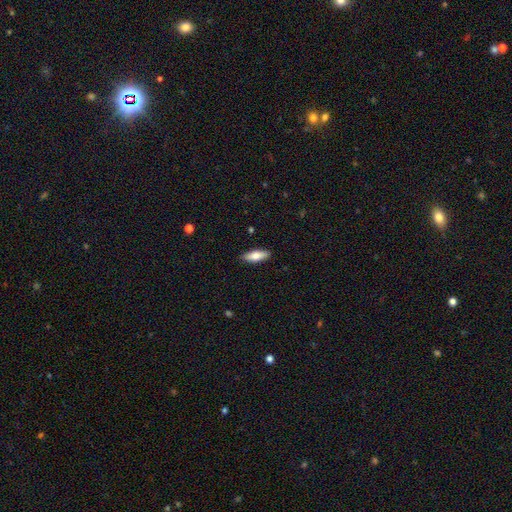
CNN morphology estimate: Q: Smooth or featured?
A: smooth (74%); runner-up: featured or disk (20%)
Q: How rounded?
A: in between (63%); runner-up: cigar-shaped (35%)
Q: Merging?
A: none (89%); runner-up: minor disturbance (9%)